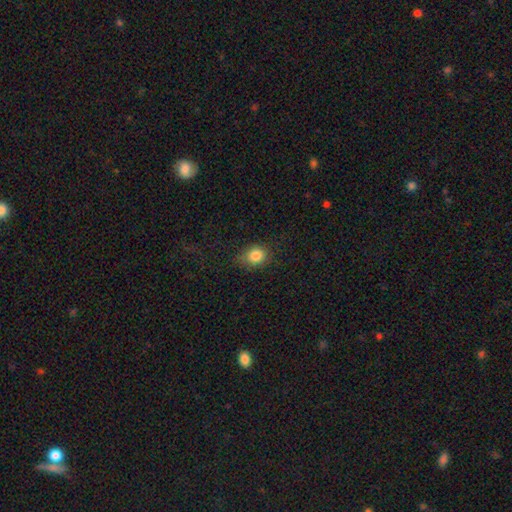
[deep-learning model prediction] A smooth galaxy with no disk features (83%) that is round (62%).

Vote fractions:
- Smooth or featured? smooth: 83% / star or artifact: 11% / featured or disk: 6%
- How rounded? round: 62% / in between: 36% / cigar-shaped: 1%
- Merging? none: 75% / minor disturbance: 19% / major disturbance: 5% / merger: 1%